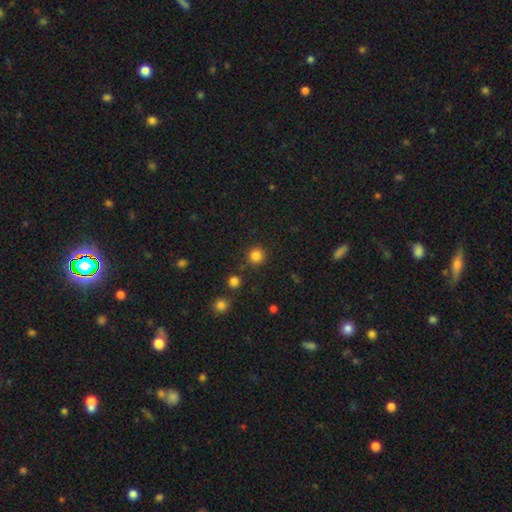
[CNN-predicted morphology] This appears to be a smooth galaxy with no disk features (83%) that is round (94%). Merging: none (88%).